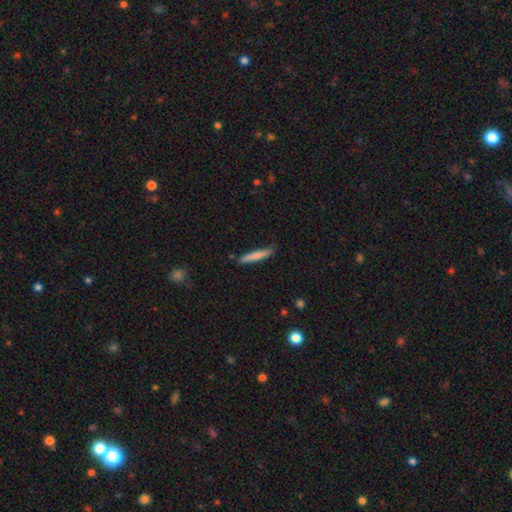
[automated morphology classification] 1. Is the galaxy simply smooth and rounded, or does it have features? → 78% smooth, 17% featured or disk, 6% star or artifact.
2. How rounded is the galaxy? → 93% cigar-shaped, 6% in between, 1% round.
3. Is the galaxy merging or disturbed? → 84% none, 12% minor disturbance, 2% major disturbance, 2% merger.